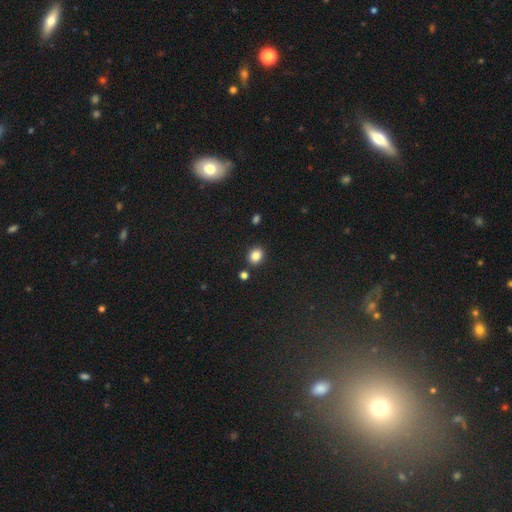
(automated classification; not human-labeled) Q: Smooth or featured?
A: smooth (85%); runner-up: star or artifact (11%)
Q: How rounded?
A: round (56%); runner-up: in between (43%)
Q: Merging?
A: none (83%); runner-up: minor disturbance (9%)